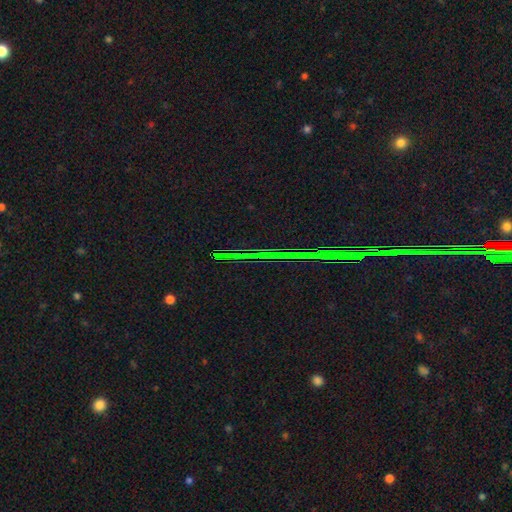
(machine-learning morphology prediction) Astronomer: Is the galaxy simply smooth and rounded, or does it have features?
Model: star or artifact — 86%.